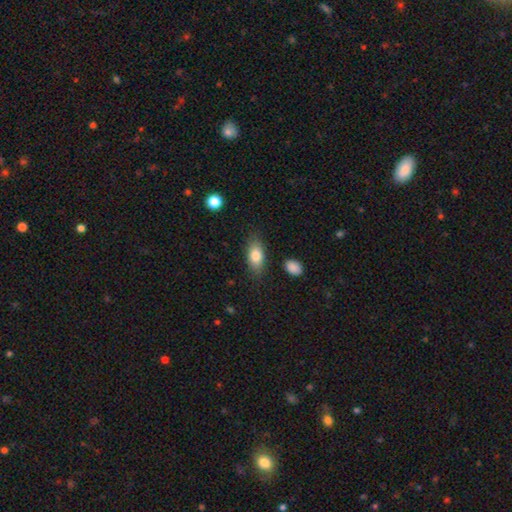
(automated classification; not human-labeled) smooth-or-featured: smooth: 81% | featured or disk: 12% | star or artifact: 7%
  how-rounded: in between: 86% | cigar-shaped: 9% | round: 5%
  merging: none: 80% | minor disturbance: 14% | major disturbance: 4% | merger: 2%